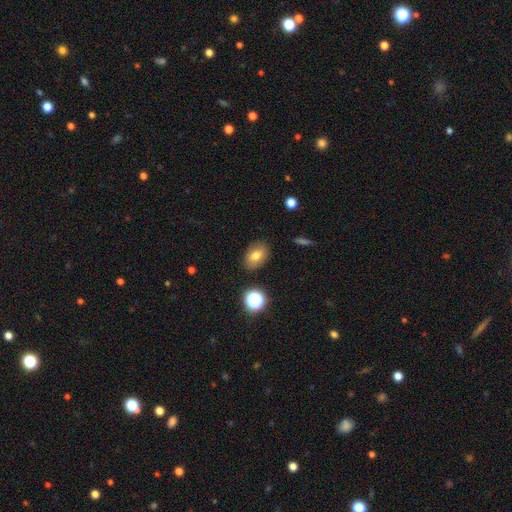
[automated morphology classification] The model was most divided on "how rounded": in between: 76%, round: 22%, cigar-shaped: 1%. More confident: merging — none (84%); smooth or featured — smooth (74%).